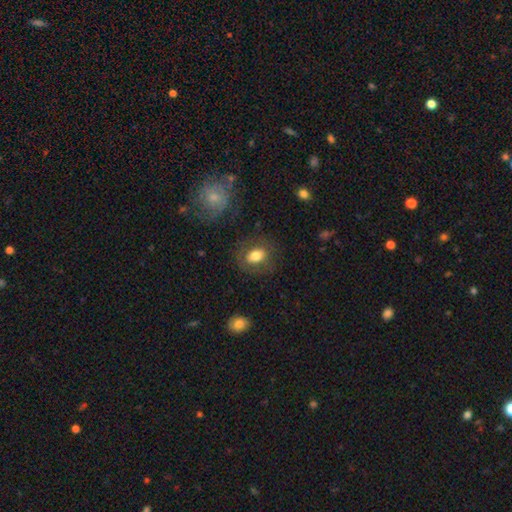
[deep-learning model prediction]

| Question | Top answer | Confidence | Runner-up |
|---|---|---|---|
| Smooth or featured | smooth | 73% | featured or disk (19%) |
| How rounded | in between | 63% | round (36%) |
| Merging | none | 76% | minor disturbance (14%) |